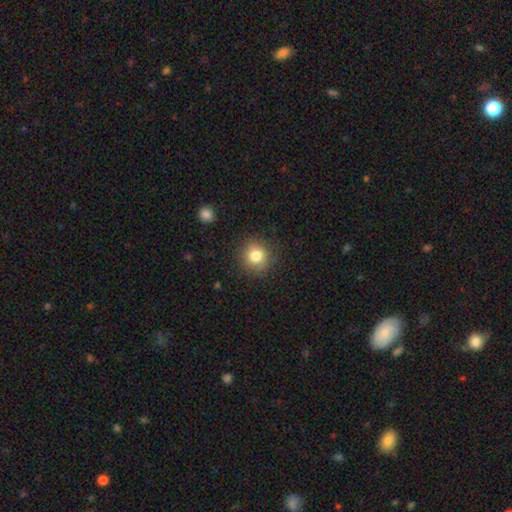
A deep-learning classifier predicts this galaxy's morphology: The model was most divided on "smooth or featured": smooth: 81%, star or artifact: 11%, featured or disk: 8%. More confident: how rounded — round (90%); merging — none (88%).